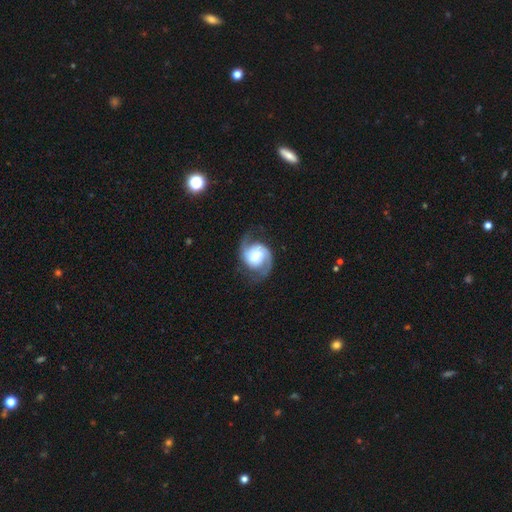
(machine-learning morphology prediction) A featured or disk galaxy (83%) with no bar (43%), 2 (89%) medium (49%) spiral arms (96%) and a moderate central bulge (34%). Merging: none (68%).